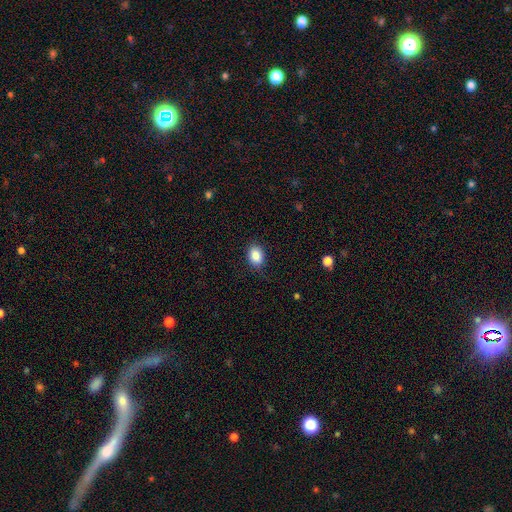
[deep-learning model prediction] smooth-or-featured: smooth: 87% | star or artifact: 8% | featured or disk: 5%
  how-rounded: in between: 71% | round: 28% | cigar-shaped: 1%
  merging: none: 82% | minor disturbance: 13% | major disturbance: 3% | merger: 1%